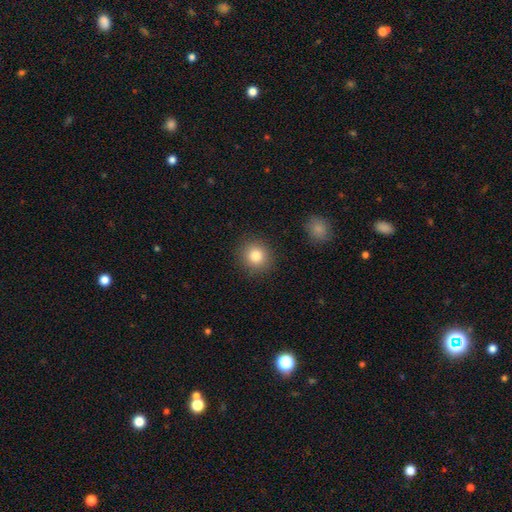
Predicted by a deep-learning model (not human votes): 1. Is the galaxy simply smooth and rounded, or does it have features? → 83% smooth, 10% star or artifact, 7% featured or disk.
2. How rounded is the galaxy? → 89% round, 11% in between, 1% cigar-shaped.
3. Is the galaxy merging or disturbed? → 89% none, 7% minor disturbance, 3% major disturbance, 1% merger.